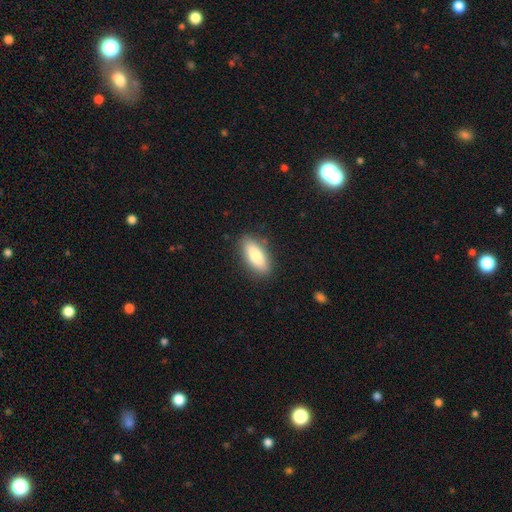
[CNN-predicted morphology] Smooth or featured? smooth (79%)
How rounded? in between (76%)
Merging? none (86%)